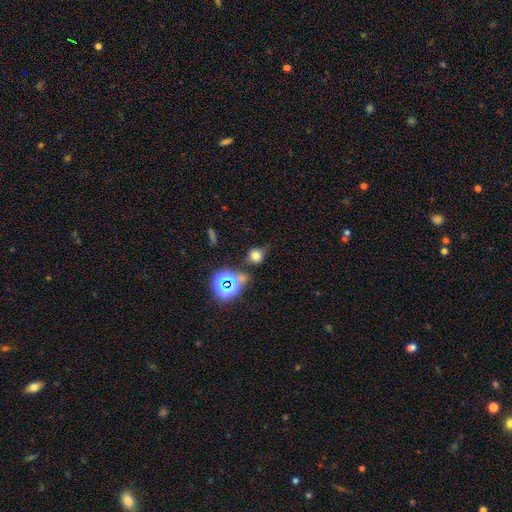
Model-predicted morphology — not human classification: smooth 68%, star or artifact 23%, featured or disk 9%. Down the decision tree: how rounded — round (80%); merging — none (68%).